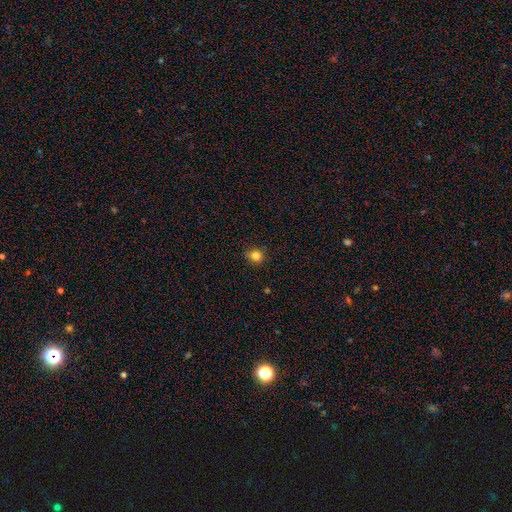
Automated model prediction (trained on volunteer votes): A smooth galaxy with no disk features (83%) that is round (80%).

Vote fractions:
- Smooth or featured? smooth: 83% / star or artifact: 13% / featured or disk: 5%
- How rounded? round: 80% / in between: 19% / cigar-shaped: 1%
- Merging? none: 85% / minor disturbance: 11% / major disturbance: 2% / merger: 1%